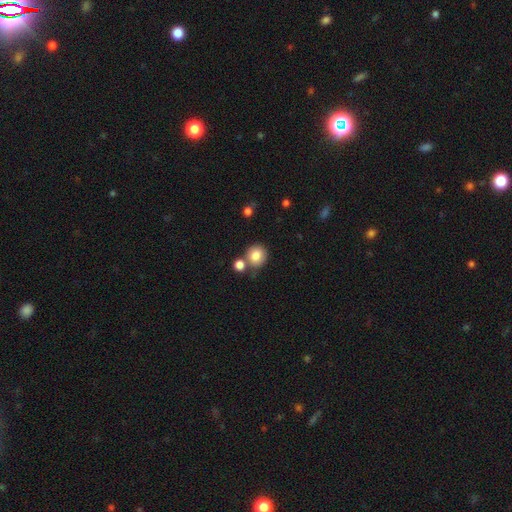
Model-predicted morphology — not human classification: type=smooth (83%); roundness=round (85%); merging=none (63%).